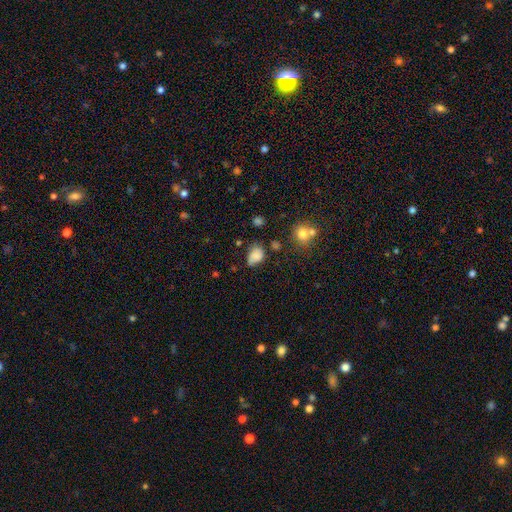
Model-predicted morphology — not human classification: Q: Smooth or featured?
A: smooth (77%); runner-up: featured or disk (12%)
Q: How rounded?
A: in between (77%); runner-up: round (22%)
Q: Merging?
A: none (45%); runner-up: minor disturbance (36%)